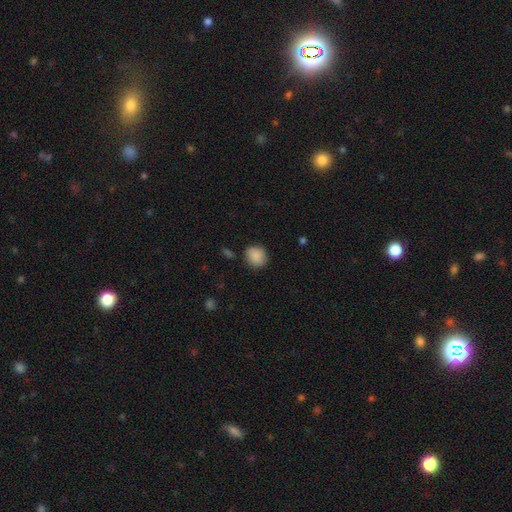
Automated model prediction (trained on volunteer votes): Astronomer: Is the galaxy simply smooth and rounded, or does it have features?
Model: smooth — 88%.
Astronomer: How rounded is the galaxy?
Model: round — 79%.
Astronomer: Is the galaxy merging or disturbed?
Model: none — 81%.